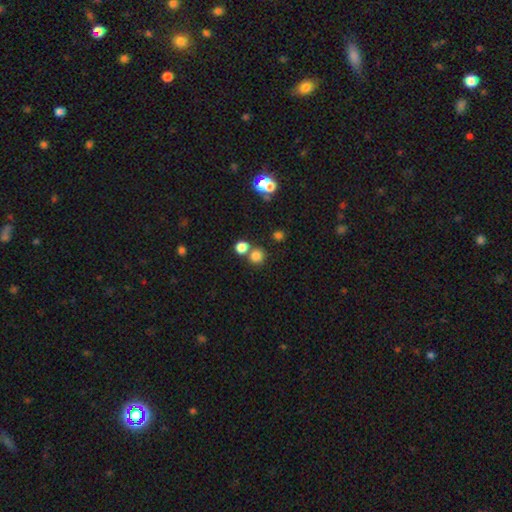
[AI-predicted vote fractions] smooth_or_featured: smooth (p=0.79) [alt: star or artifact p=0.16]
how_rounded: round (p=0.91) [alt: in between p=0.08]
merging: none (p=0.66) [alt: merger p=0.25]